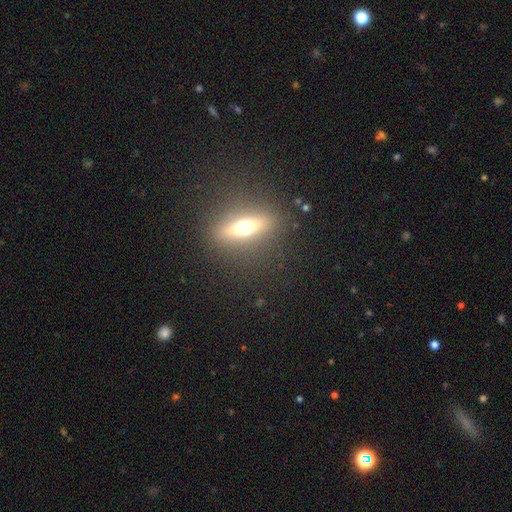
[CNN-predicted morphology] type=featured or disk (63%); edge-on=yes (83%); edge-on bulge=rounded (92%); merging=none (86%).